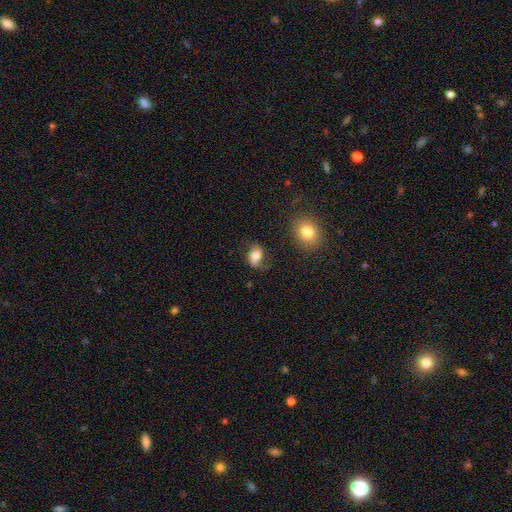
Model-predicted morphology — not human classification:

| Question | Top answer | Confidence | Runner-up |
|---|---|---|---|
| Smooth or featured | smooth | 62% | featured or disk (28%) |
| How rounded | in between | 73% | round (25%) |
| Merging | none | 58% | minor disturbance (26%) |